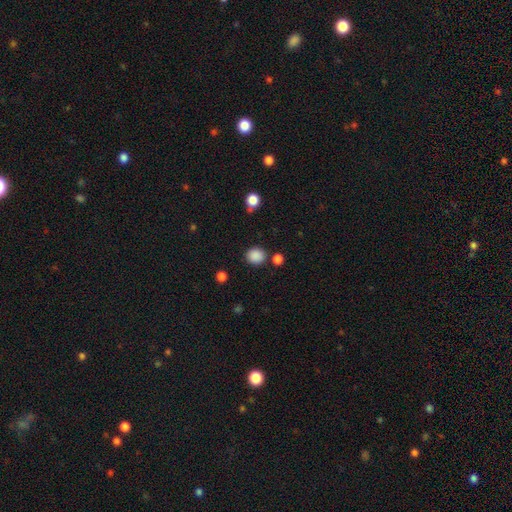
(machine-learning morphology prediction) This appears to be a smooth galaxy with no disk features (87%) that is round (77%). Merging: none (81%).